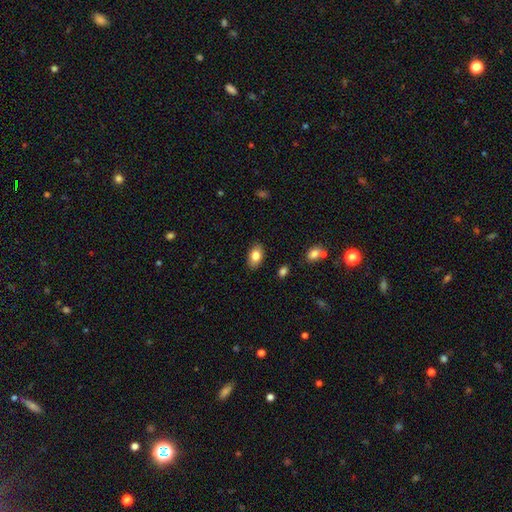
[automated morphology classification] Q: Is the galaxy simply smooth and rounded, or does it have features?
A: smooth — 82%.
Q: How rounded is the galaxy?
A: in between — 89%.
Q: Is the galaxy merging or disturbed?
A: none — 87%.